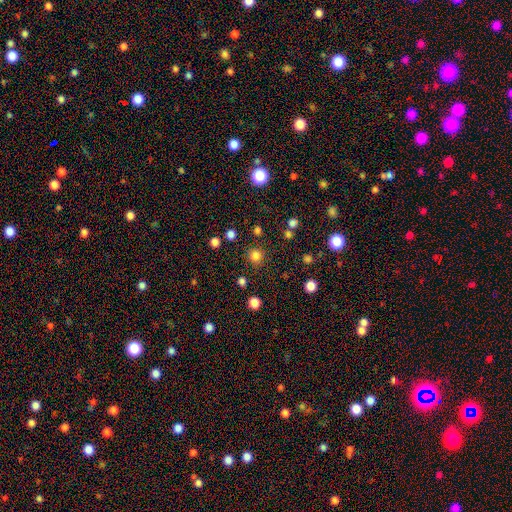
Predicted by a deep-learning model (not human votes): Overall: smooth (79%). How rounded: round (94%). Merging: none (88%).